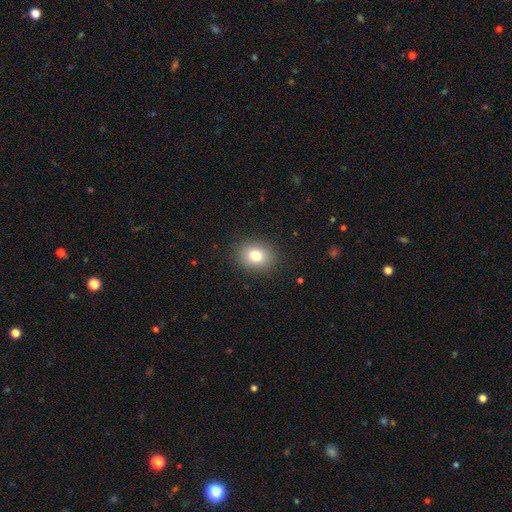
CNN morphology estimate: Smooth or featured? Predicted: smooth (p=0.80). How rounded? Predicted: round (p=0.53). Merging? Predicted: none (p=0.88).